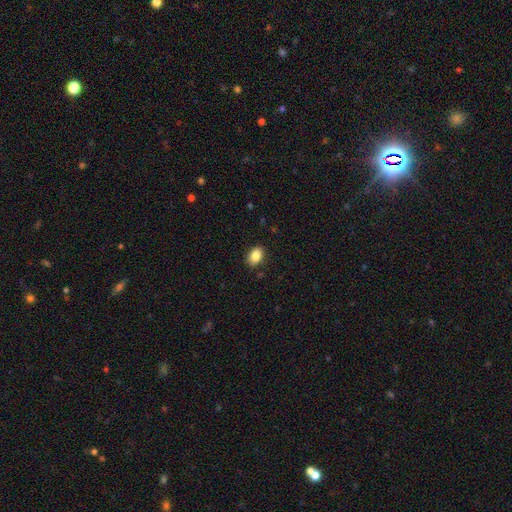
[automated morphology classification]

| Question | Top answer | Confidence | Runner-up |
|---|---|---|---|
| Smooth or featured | smooth | 86% | star or artifact (9%) |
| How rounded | in between | 79% | round (20%) |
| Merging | none | 86% | minor disturbance (10%) |